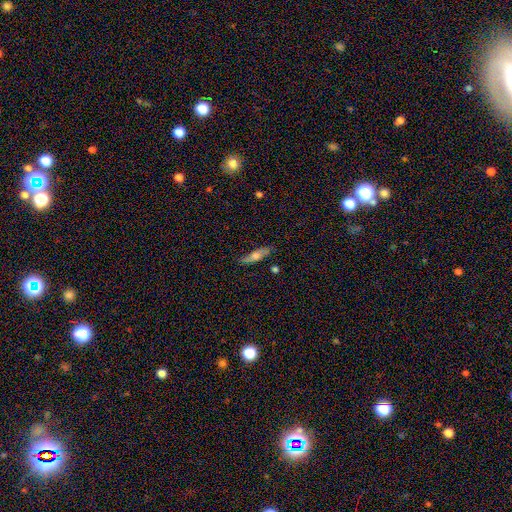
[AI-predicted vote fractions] Smooth or featured: smooth — 59% (featured or disk — 35%)
How rounded: cigar-shaped — 69% (in between — 28%)
Merging: none — 80% (minor disturbance — 16%)